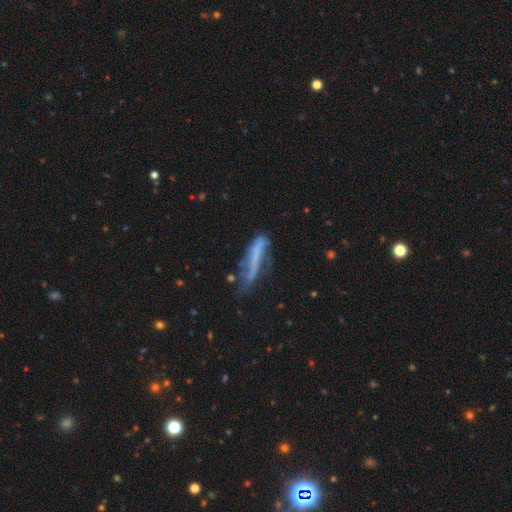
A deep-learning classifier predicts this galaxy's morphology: Smooth or featured? smooth (49%)
Merging? none (47%)